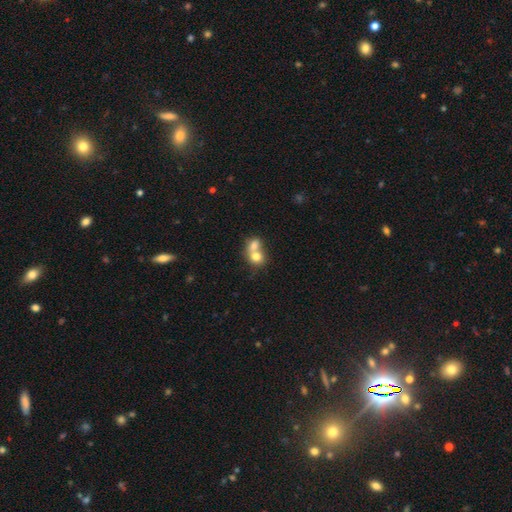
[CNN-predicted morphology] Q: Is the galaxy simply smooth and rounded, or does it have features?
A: smooth — 72%.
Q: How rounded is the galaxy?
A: round — 65%.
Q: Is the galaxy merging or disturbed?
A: merger — 71%.